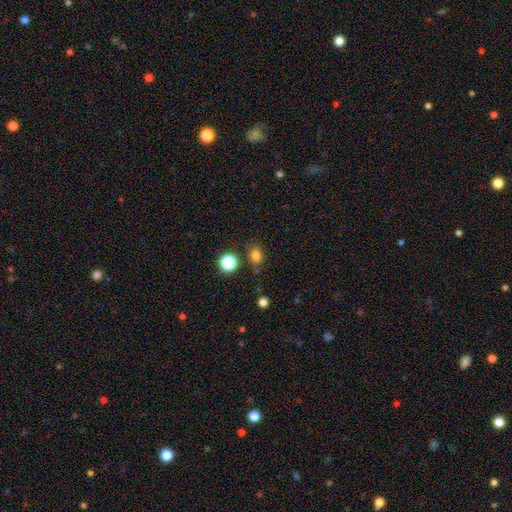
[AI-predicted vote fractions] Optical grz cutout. It shows a smooth galaxy with no disk features (79%) that is round (57%). Merging: none (76%).